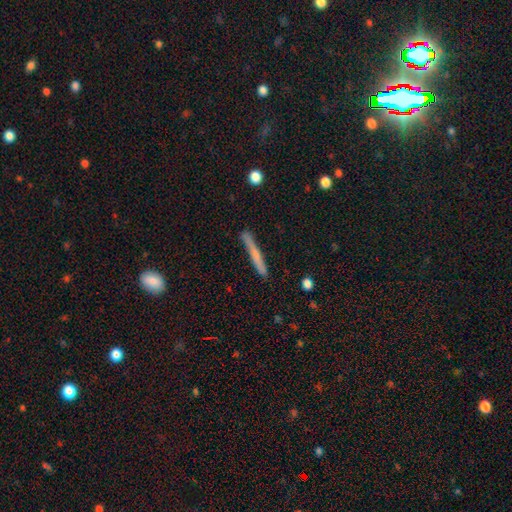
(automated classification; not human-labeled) Morphology: type=smooth (59%); roundness=cigar-shaped (96%); merging=none (84%).